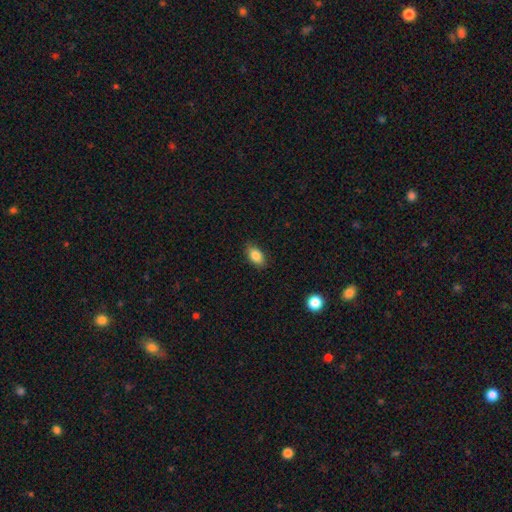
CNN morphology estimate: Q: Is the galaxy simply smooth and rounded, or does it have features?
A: smooth — 85%.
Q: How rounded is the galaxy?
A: in between — 89%.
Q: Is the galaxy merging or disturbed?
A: none — 85%.